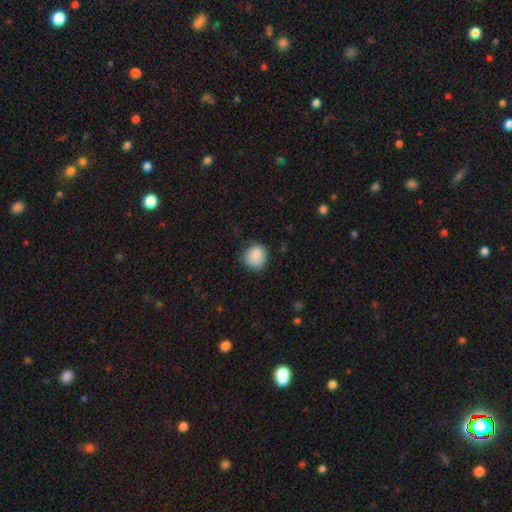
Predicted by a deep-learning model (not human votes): Smooth or featured? Predicted: smooth (p=0.88). How rounded? Predicted: round (p=0.82). Merging? Predicted: none (p=0.76).